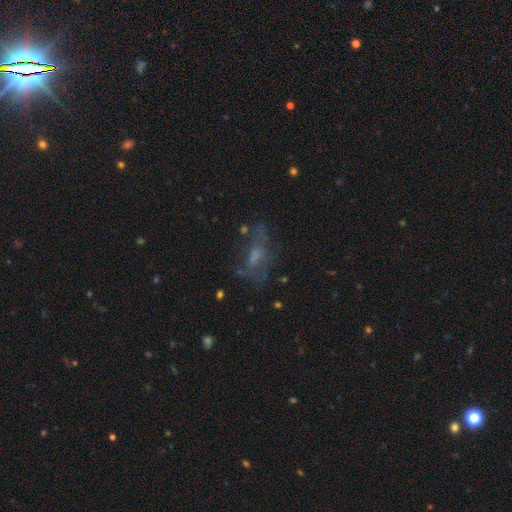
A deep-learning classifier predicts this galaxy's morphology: smooth_or_featured: featured or disk (p=0.49) [alt: smooth p=0.30]
merging: none (p=0.48) [alt: major disturbance p=0.29]